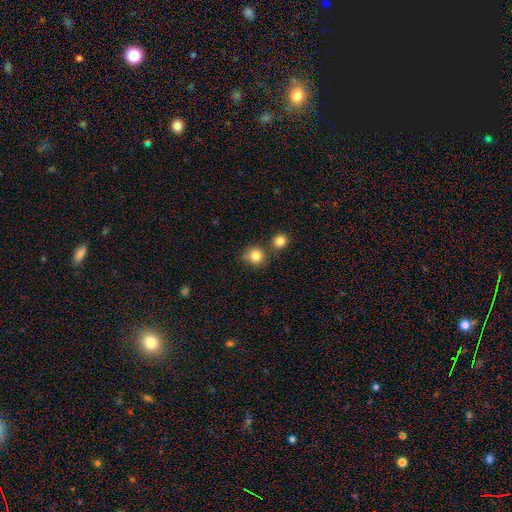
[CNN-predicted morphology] This is clearly a smooth galaxy (83%). How rounded: clearly round (89%). Merging: likely none (67%).